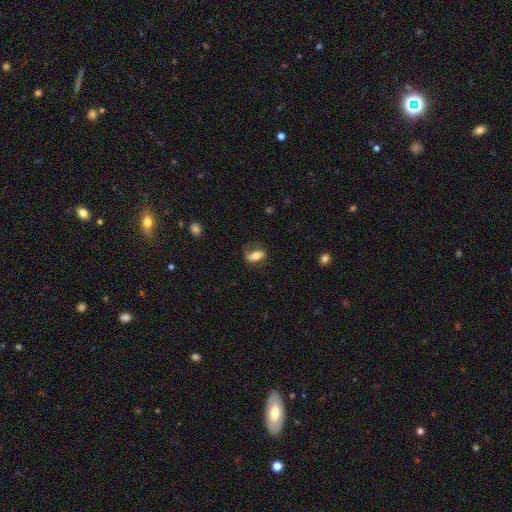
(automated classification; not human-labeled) A smooth galaxy with no disk features (53%) that is in between round and cigar-shaped (83%).

Vote fractions:
- Smooth or featured? smooth: 53% / featured or disk: 39% / star or artifact: 8%
- How rounded? in between: 83% / cigar-shaped: 10% / round: 7%
- Merging? none: 61% / minor disturbance: 23% / major disturbance: 14% / merger: 2%